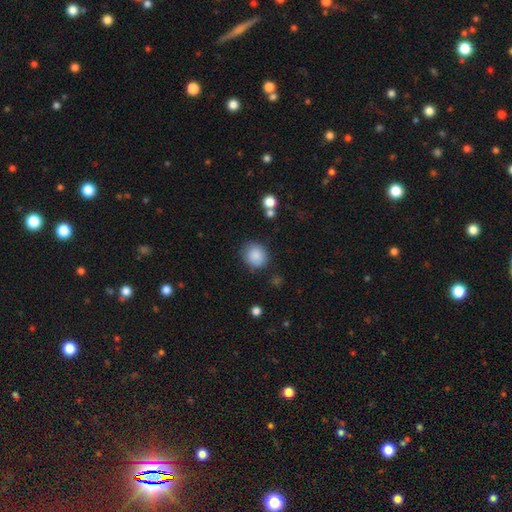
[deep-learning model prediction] Morphology: type=smooth (87%); roundness=round (79%); merging=none (79%).